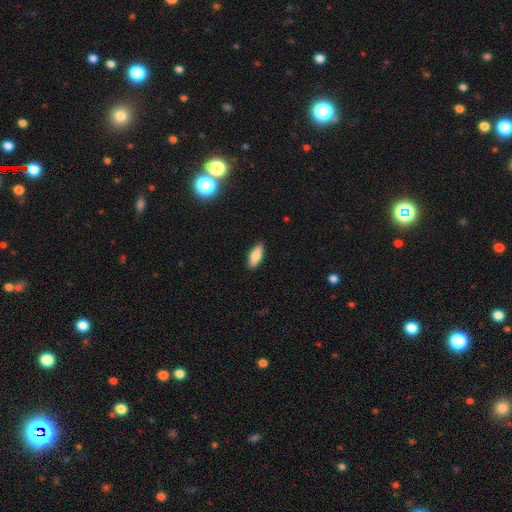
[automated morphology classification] The model was most divided on "how rounded": in between: 75%, cigar-shaped: 23%, round: 2%. More confident: merging — none (88%); smooth or featured — smooth (82%).